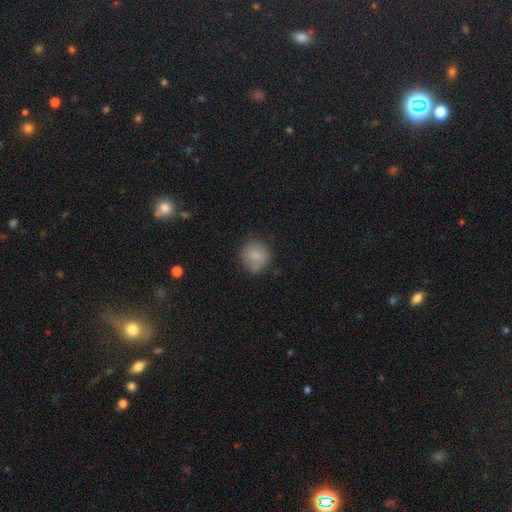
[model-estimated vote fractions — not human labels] smooth_or_featured: smooth (p=0.81) [alt: featured or disk p=0.11]
how_rounded: round (p=0.88) [alt: in between p=0.11]
merging: none (p=0.72) [alt: minor disturbance p=0.20]